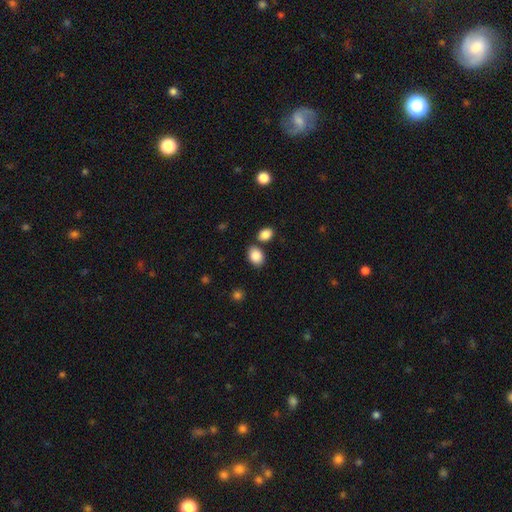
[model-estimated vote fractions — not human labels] This appears to be a smooth galaxy with no disk features (87%) that is in between round and cigar-shaped (72%). Merging: none (71%).